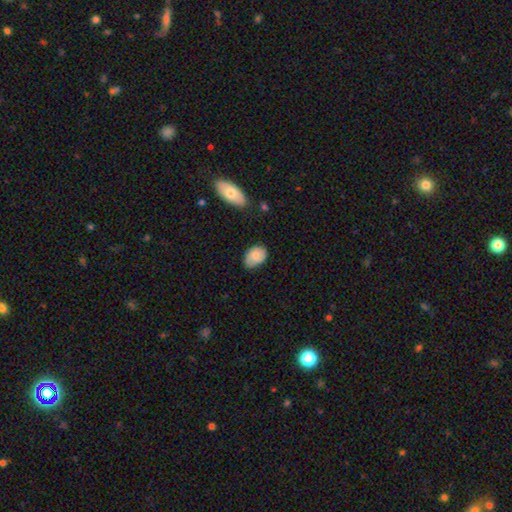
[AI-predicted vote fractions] smooth_or_featured: smooth (p=0.83) [alt: featured or disk p=0.10]
how_rounded: in between (p=0.84) [alt: round p=0.14]
merging: none (p=0.67) [alt: minor disturbance p=0.27]